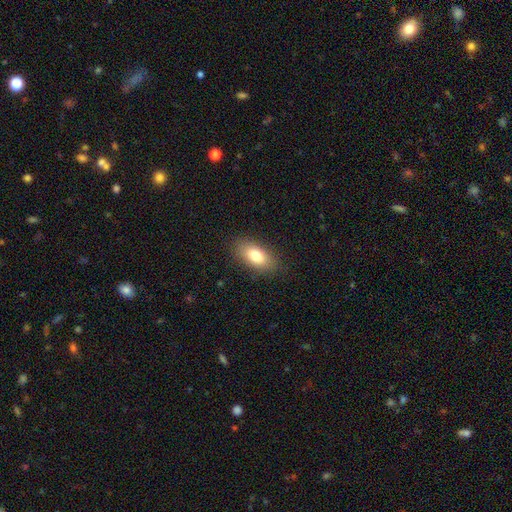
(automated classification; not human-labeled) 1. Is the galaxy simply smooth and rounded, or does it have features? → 80% smooth, 13% featured or disk, 8% star or artifact.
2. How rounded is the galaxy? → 88% in between, 7% cigar-shaped, 5% round.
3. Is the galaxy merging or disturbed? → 85% none, 10% minor disturbance, 3% major disturbance, 1% merger.